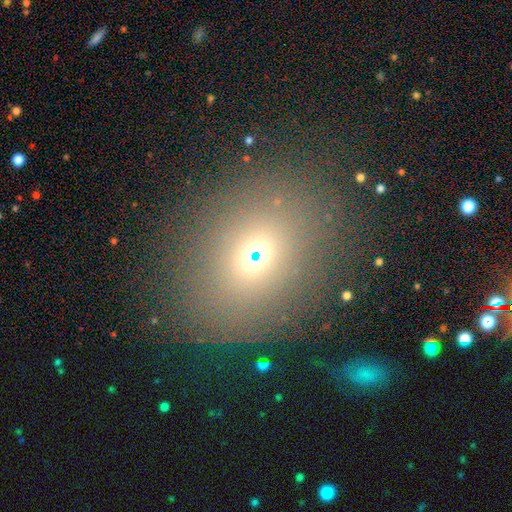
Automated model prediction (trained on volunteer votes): smooth 58%, star or artifact 30%, featured or disk 12%. Down the decision tree: how rounded — in between (52%); merging — none (82%).